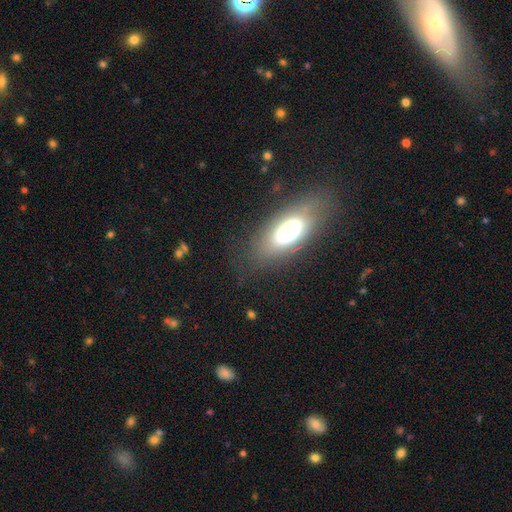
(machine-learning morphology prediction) smooth_or_featured: smooth (p=0.63) [alt: featured or disk p=0.26]
how_rounded: in between (p=0.79) [alt: cigar-shaped p=0.17]
merging: none (p=0.80) [alt: minor disturbance p=0.13]